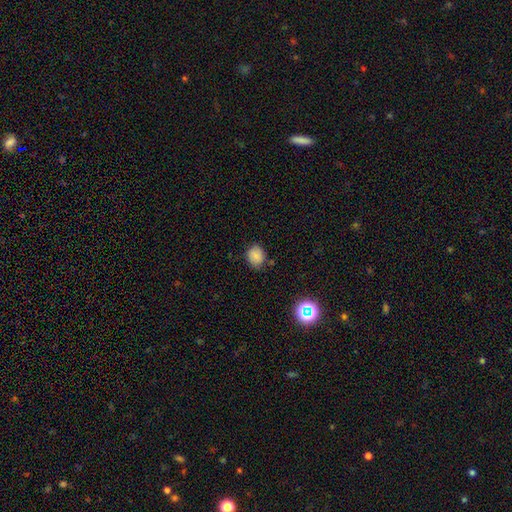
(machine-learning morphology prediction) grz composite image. It shows a smooth galaxy with no disk features (83%) that is round (63%). Merging: none (77%).